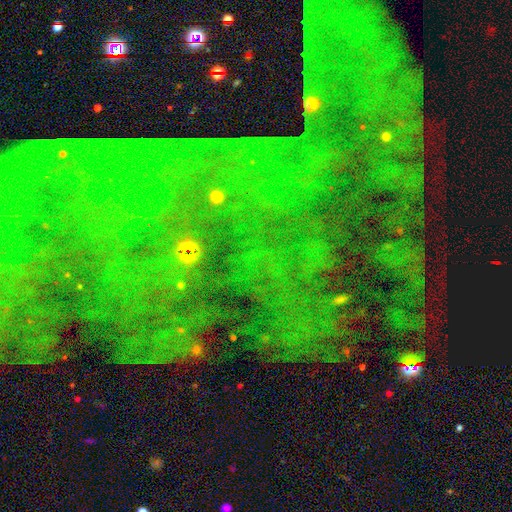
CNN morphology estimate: type=star or artifact (81%).